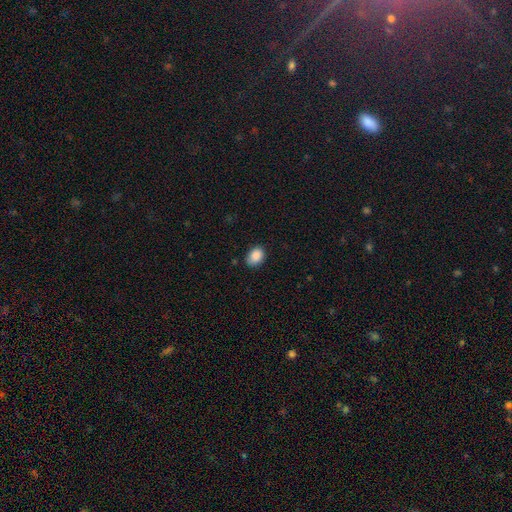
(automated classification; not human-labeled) A smooth galaxy with no disk features (88%) that is in between round and cigar-shaped (66%). Merging: none (78%).